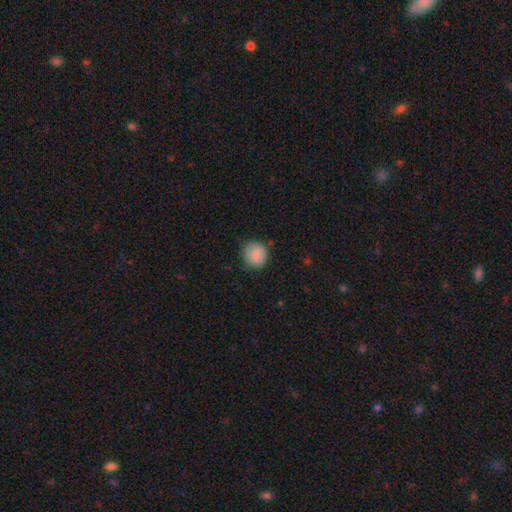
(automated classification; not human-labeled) smooth-or-featured: smooth: 86% | star or artifact: 8% | featured or disk: 6%
  how-rounded: round: 89% | in between: 10% | cigar-shaped: 1%
  merging: none: 79% | minor disturbance: 17% | major disturbance: 3% | merger: 1%